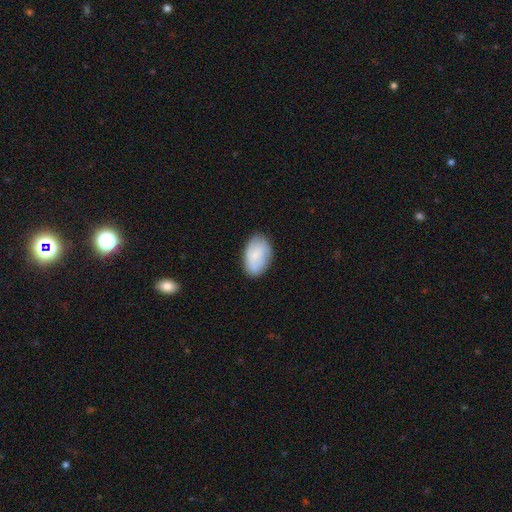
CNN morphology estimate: Smooth or featured: smooth — 67% (featured or disk — 26%)
How rounded: in between — 90% (round — 9%)
Merging: none — 79% (minor disturbance — 16%)